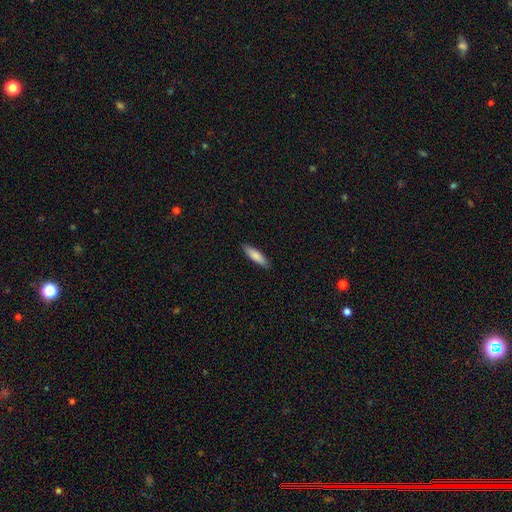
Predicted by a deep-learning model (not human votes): Smooth or featured: smooth — 82% (featured or disk — 13%)
How rounded: cigar-shaped — 65% (in between — 33%)
Merging: none — 89% (minor disturbance — 9%)